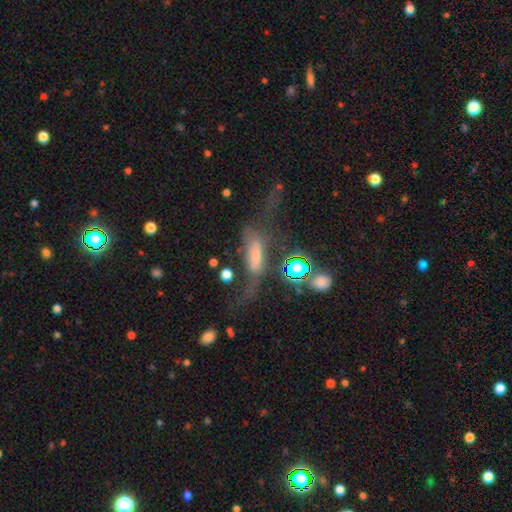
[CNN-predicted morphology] This is possibly a smooth galaxy (49%). Merging: marginally major disturbance (40%).